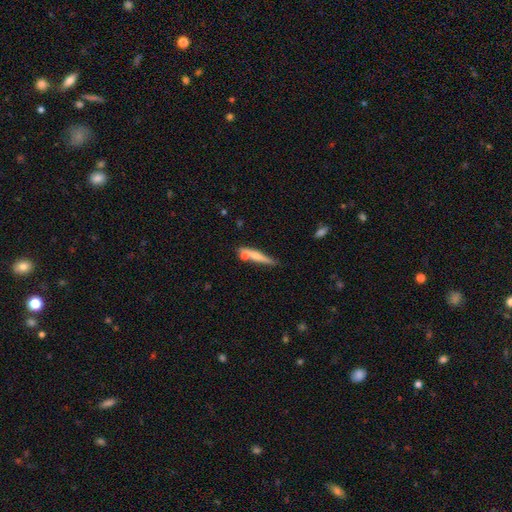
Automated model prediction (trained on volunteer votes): Smooth or featured: smooth — 62% (featured or disk — 32%)
How rounded: cigar-shaped — 87% (in between — 11%)
Merging: none — 55% (minor disturbance — 20%)